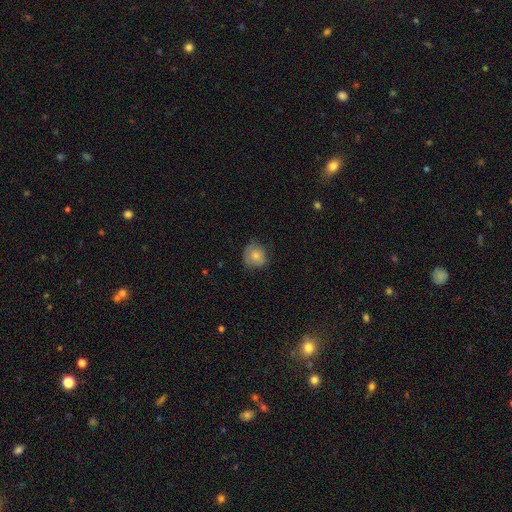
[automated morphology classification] smooth 76%, featured or disk 16%, star or artifact 8%. Down the decision tree: how rounded — round (77%); merging — none (66%).